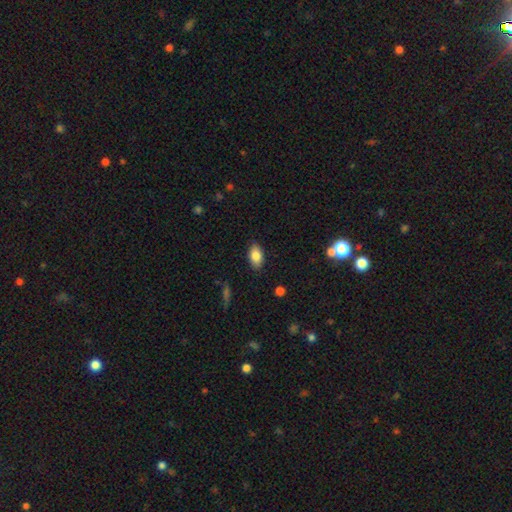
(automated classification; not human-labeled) This appears to be a smooth galaxy with no disk features (85%) that is in between round and cigar-shaped (91%). Merging: none (86%).